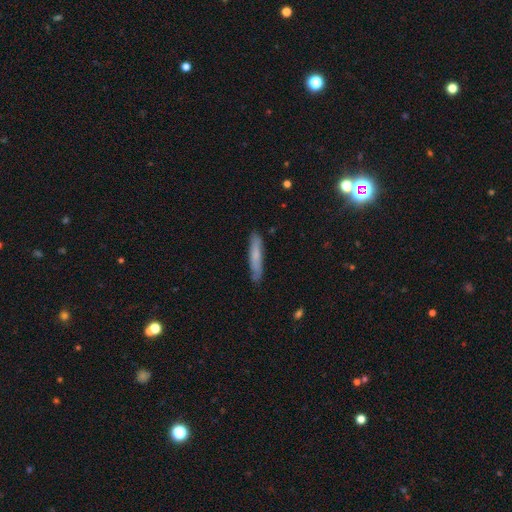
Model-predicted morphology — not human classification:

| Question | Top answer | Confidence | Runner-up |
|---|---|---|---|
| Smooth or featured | smooth | 67% | featured or disk (26%) |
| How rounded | cigar-shaped | 91% | in between (8%) |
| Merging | none | 84% | minor disturbance (13%) |